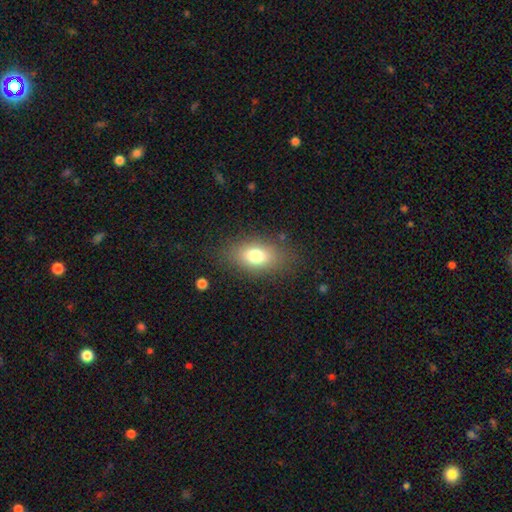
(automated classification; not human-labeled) Q: Smooth or featured?
A: smooth (76%); runner-up: featured or disk (14%)
Q: How rounded?
A: in between (83%); runner-up: round (13%)
Q: Merging?
A: none (80%); runner-up: minor disturbance (13%)